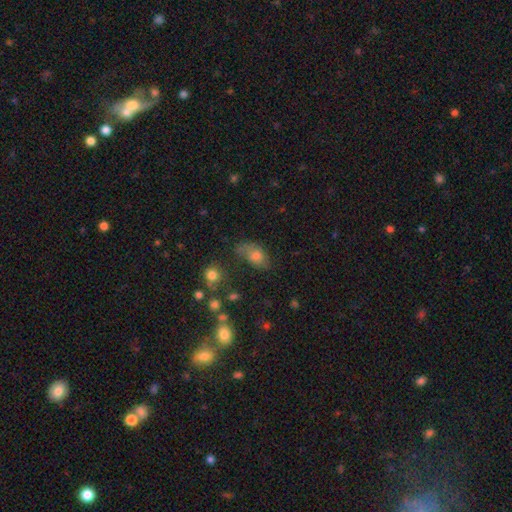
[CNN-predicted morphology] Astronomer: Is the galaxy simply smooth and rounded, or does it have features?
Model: smooth — 70%.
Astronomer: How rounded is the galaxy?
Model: in between — 83%.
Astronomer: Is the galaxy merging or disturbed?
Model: none — 47% (runner-up: minor disturbance, 30%).